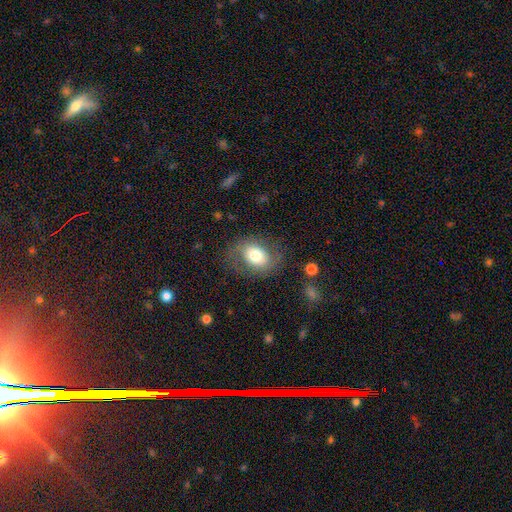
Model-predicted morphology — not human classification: smooth_or_featured: smooth (p=0.61) [alt: featured or disk p=0.31]
how_rounded: in between (p=0.69) [alt: round p=0.30]
merging: none (p=0.69) [alt: minor disturbance p=0.18]